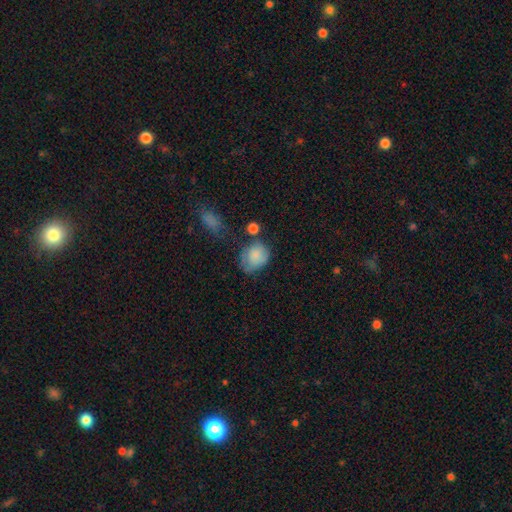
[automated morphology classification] This appears to be a smooth galaxy with no disk features (81%) that is round (54%). Merging: none (47%).